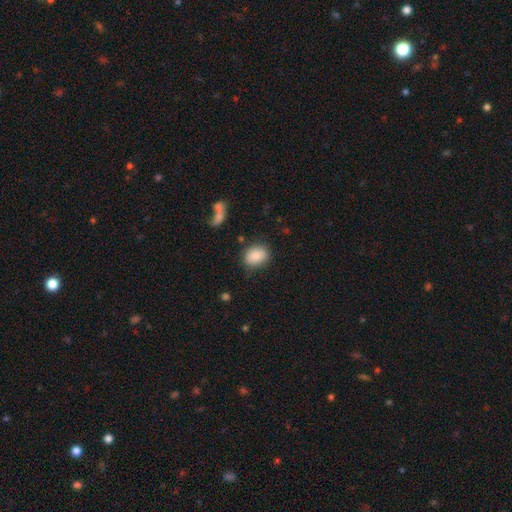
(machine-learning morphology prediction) smooth-or-featured: smooth: 83% | featured or disk: 8% | star or artifact: 8%
  how-rounded: in between: 55% | round: 44% | cigar-shaped: 1%
  merging: none: 80% | minor disturbance: 13% | major disturbance: 4% | merger: 3%